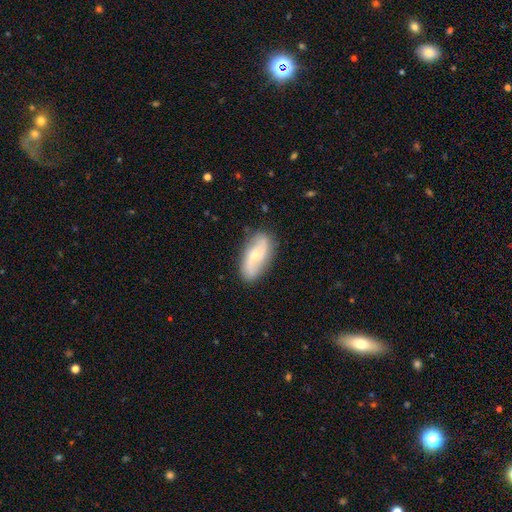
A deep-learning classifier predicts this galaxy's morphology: This is likely a featured or disk galaxy (62%). It is clearly not viewed edge-on (92%). Bar: possibly no (53%). Spiral arm pattern: clearly yes (89%). Spiral arm count: clearly 2 (87%). Spiral winding: likely loose (63%). Central bulge: possibly small (56%). Merging: likely none (79%).